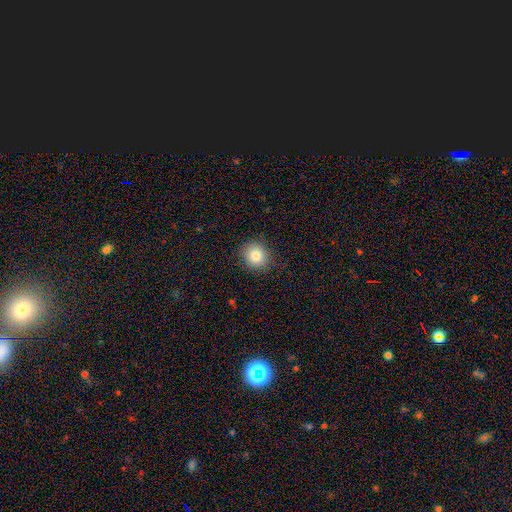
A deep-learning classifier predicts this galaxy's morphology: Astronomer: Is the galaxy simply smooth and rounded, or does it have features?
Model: smooth — 83%.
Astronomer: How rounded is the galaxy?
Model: round — 88%.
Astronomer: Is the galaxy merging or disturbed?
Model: none — 88%.